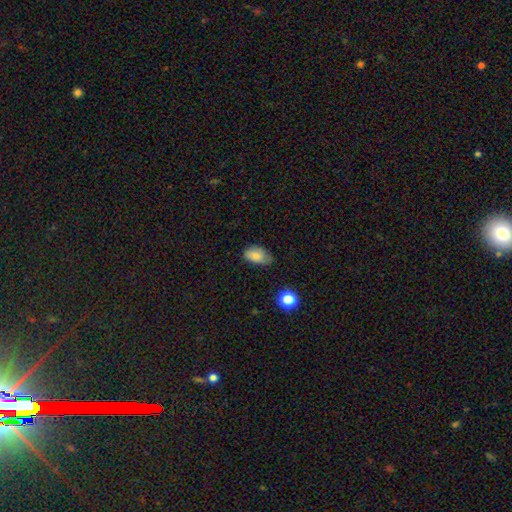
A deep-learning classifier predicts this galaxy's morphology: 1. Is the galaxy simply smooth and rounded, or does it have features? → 79% smooth, 12% featured or disk, 9% star or artifact.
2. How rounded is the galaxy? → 88% in between, 11% round, 1% cigar-shaped.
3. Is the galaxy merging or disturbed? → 55% none, 35% minor disturbance, 8% major disturbance, 2% merger.